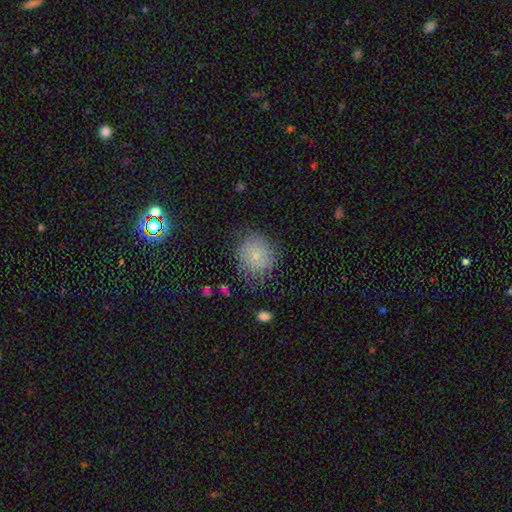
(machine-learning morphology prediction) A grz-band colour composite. It shows a smooth galaxy with no disk features (71%) that is round (78%). Merging: none (68%).